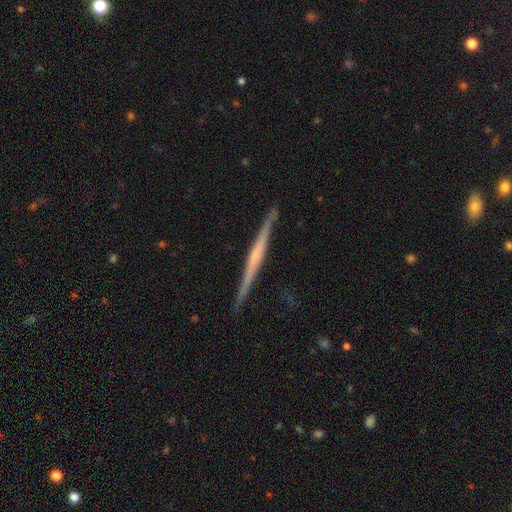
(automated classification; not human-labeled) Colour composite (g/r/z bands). It shows a featured or disk galaxy (76%) viewed edge-on (98%) with no central bulge (49%). Merging: none (90%).